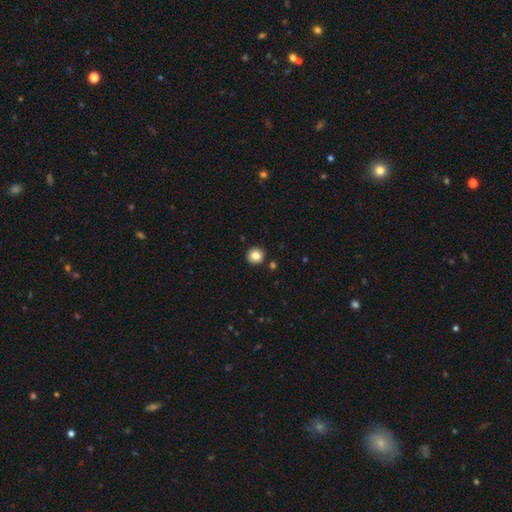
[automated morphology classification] type=smooth (85%); roundness=round (94%); merging=none (91%).